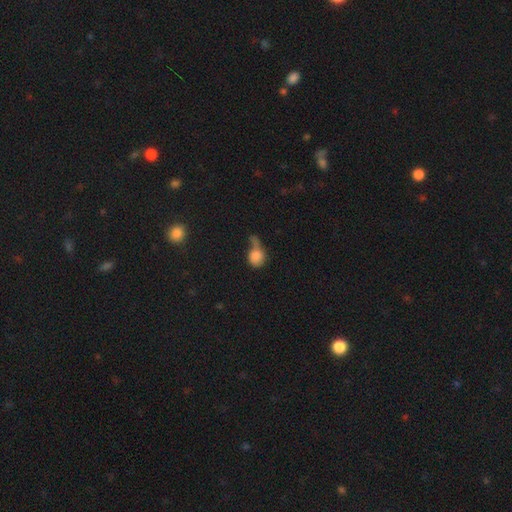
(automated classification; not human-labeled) Smooth or featured?
  - smooth: 77% *
  - featured or disk: 13%
  - star or artifact: 10%
How rounded?
  - round: 66% *
  - in between: 32%
  - cigar-shaped: 2%
Merging?
  - major disturbance: 31% *
  - merger: 25%
  - none: 24%
  - minor disturbance: 20%